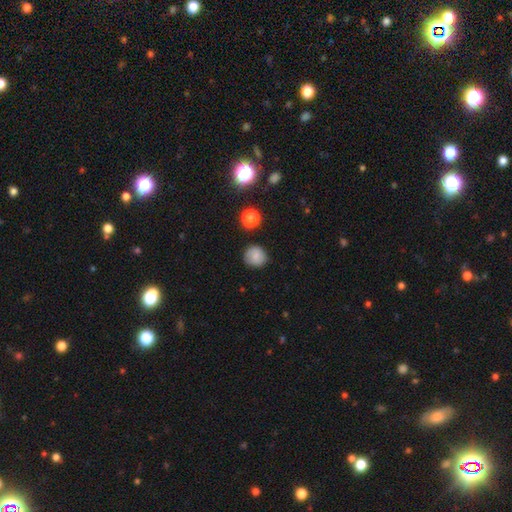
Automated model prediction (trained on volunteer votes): Overall: smooth (75%). How rounded: round (87%). Merging: none (85%).